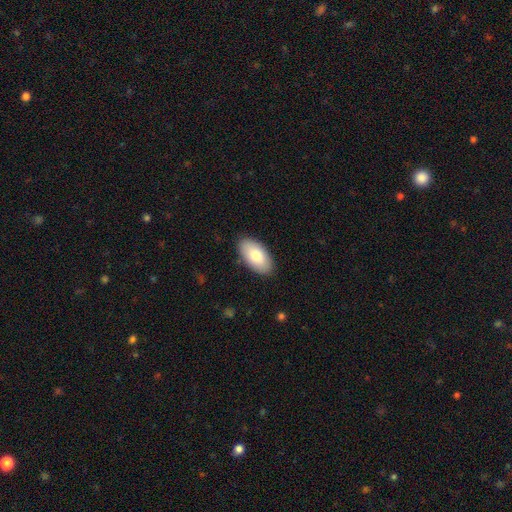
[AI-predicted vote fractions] Morphology: type=smooth (79%); roundness=in between (95%); merging=none (88%).